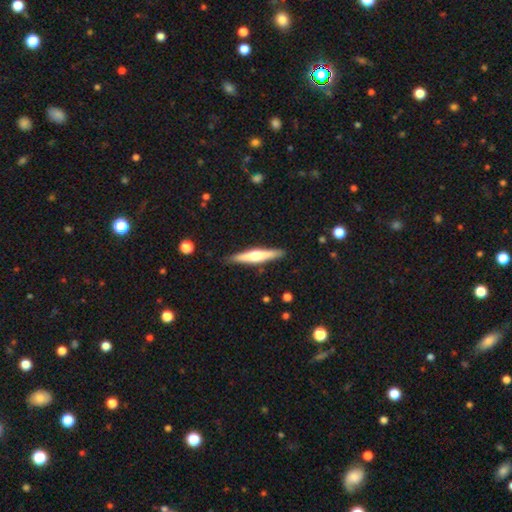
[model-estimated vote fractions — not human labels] Smooth or featured: featured or disk — 57% (smooth — 38%)
Edge-on disk: yes — 97% (no — 3%)
Edge-on bulge: rounded — 80% (boxy — 11%)
Merging: none — 89% (minor disturbance — 8%)